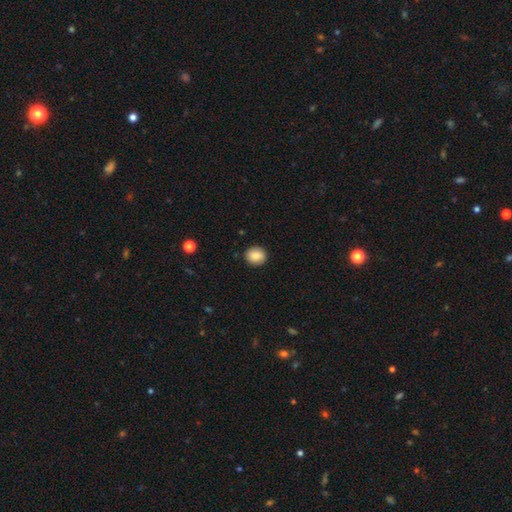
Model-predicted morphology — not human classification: Smooth or featured? smooth (86%)
How rounded? round (79%)
Merging? none (90%)